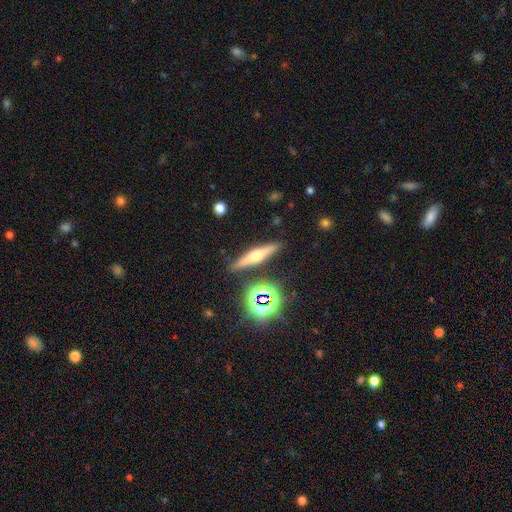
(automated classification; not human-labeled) Smooth or featured? featured or disk (54%)
Edge-on disk? yes (94%)
Edge-on bulge? rounded (87%)
Merging? none (88%)